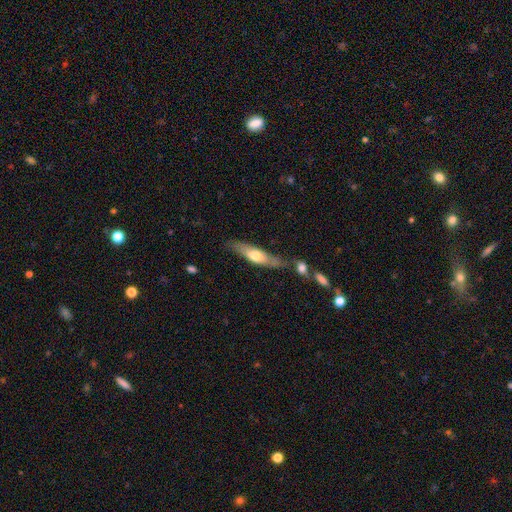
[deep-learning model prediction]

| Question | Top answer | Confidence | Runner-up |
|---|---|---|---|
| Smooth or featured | smooth | 52% | featured or disk (42%) |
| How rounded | cigar-shaped | 69% | in between (29%) |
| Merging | none | 58% | minor disturbance (20%) |